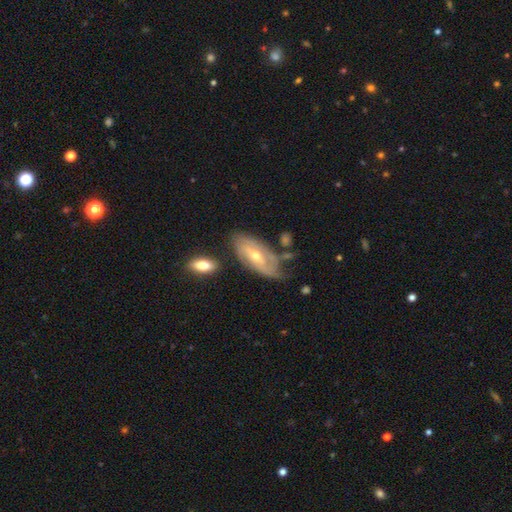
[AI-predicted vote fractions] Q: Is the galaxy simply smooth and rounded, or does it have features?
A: featured or disk — 69%.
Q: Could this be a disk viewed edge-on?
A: no — 88%.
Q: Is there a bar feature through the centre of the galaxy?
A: no — 47%.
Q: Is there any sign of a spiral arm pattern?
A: yes — 71%.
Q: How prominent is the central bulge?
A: moderate — 56%.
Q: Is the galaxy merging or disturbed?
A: none — 54%.